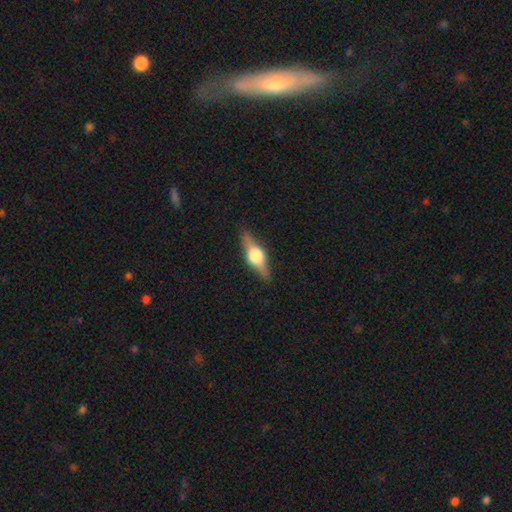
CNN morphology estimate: type=featured or disk (72%); edge-on=yes (96%); edge-on bulge=rounded (94%); merging=none (87%).